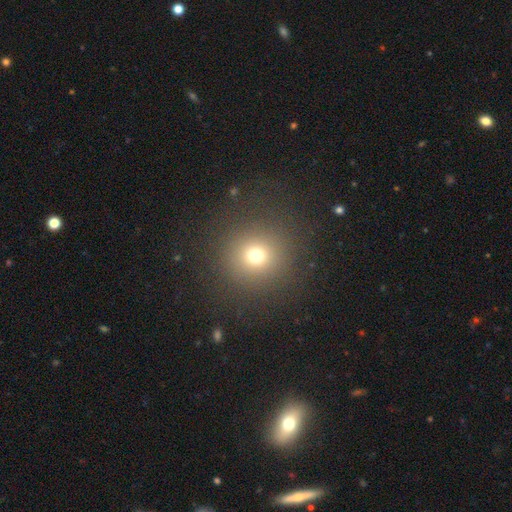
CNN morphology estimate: Smooth or featured?
  - smooth: 71% *
  - star or artifact: 21%
  - featured or disk: 9%
How rounded?
  - round: 92% *
  - in between: 7%
  - cigar-shaped: 1%
Merging?
  - none: 88% *
  - minor disturbance: 7%
  - major disturbance: 4%
  - merger: 1%